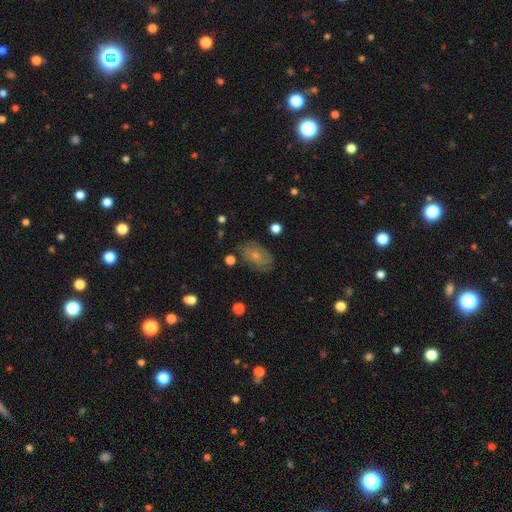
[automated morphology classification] Q: Smooth or featured?
A: smooth (52%); runner-up: featured or disk (39%)
Q: How rounded?
A: in between (86%); runner-up: round (11%)
Q: Merging?
A: none (72%); runner-up: minor disturbance (19%)